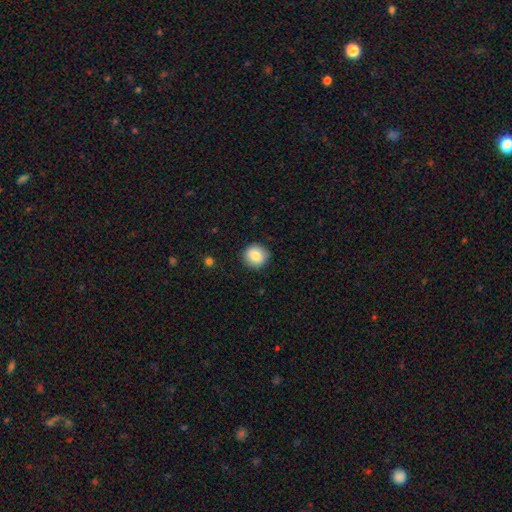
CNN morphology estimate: smooth 85%, star or artifact 8%, featured or disk 7%. Down the decision tree: how rounded — round (91%); merging — none (90%).